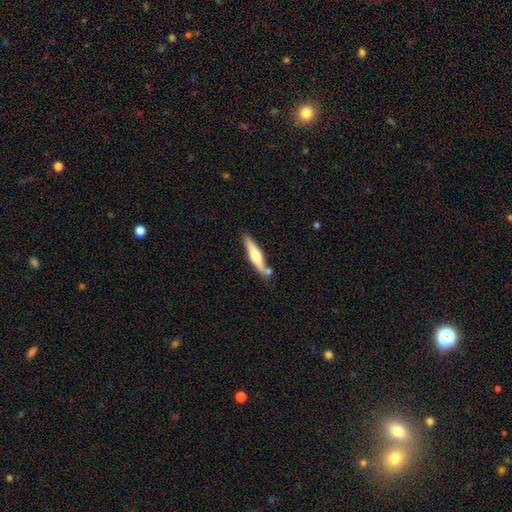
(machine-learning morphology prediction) Smooth or featured: smooth — 50% (featured or disk — 45%)
Merging: none — 72% (minor disturbance — 14%)